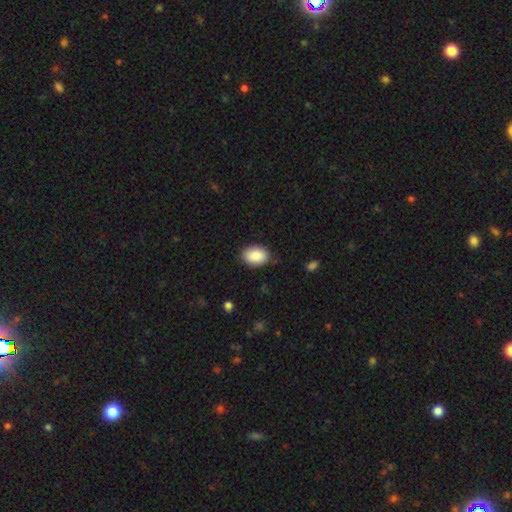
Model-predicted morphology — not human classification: Overall: smooth (89%). How rounded: in between (83%). Merging: none (84%).